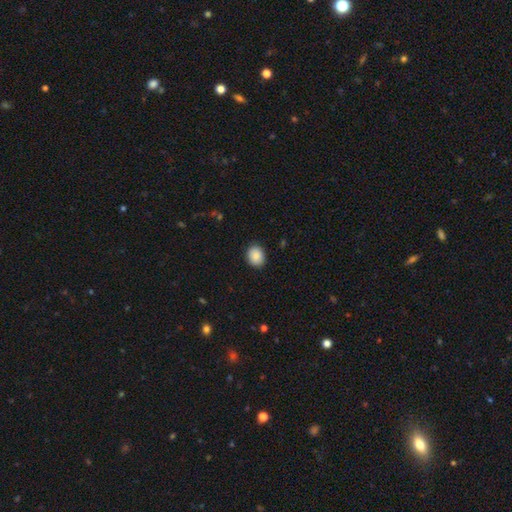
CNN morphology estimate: This appears to be a smooth galaxy with no disk features (89%) that is round (55%). Merging: none (89%).